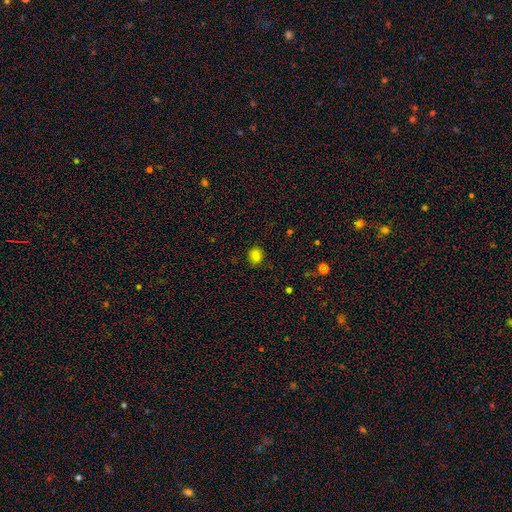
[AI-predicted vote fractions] smooth 81%, star or artifact 13%, featured or disk 6%. Down the decision tree: how rounded — round (64%); merging — none (87%).